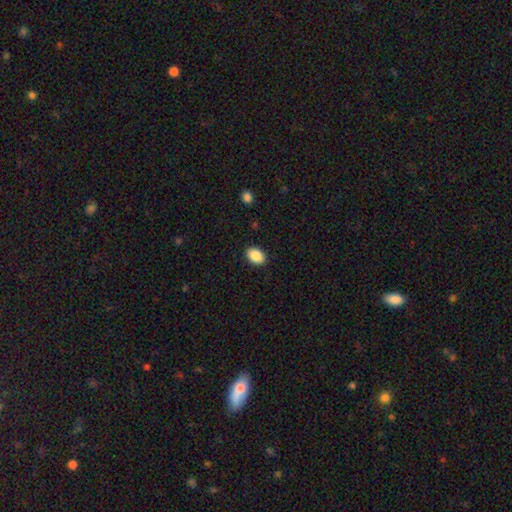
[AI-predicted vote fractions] Smooth or featured?
  - smooth: 89% *
  - star or artifact: 8%
  - featured or disk: 4%
How rounded?
  - in between: 82% *
  - round: 17%
  - cigar-shaped: 1%
Merging?
  - none: 89% *
  - minor disturbance: 8%
  - major disturbance: 2%
  - merger: 1%